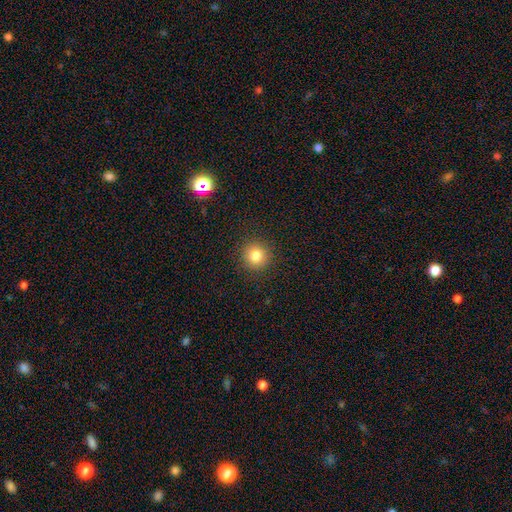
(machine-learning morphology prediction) smooth 81%, star or artifact 12%, featured or disk 6%. Down the decision tree: how rounded — round (94%); merging — none (92%).